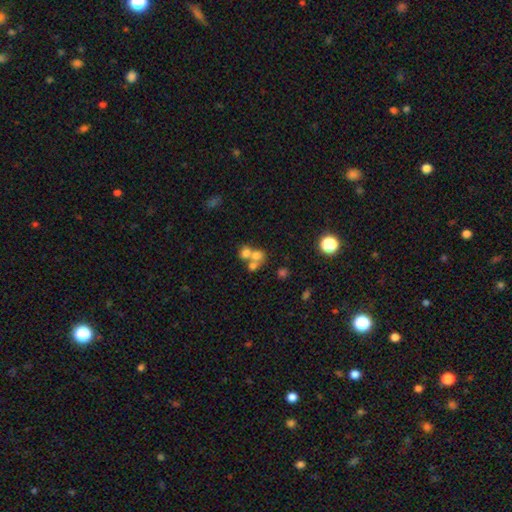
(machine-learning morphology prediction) smooth-or-featured: smooth: 62% | featured or disk: 21% | star or artifact: 16%
  how-rounded: round: 69% | in between: 30% | cigar-shaped: 1%
  merging: merger: 60% | none: 29% | minor disturbance: 6% | major disturbance: 5%